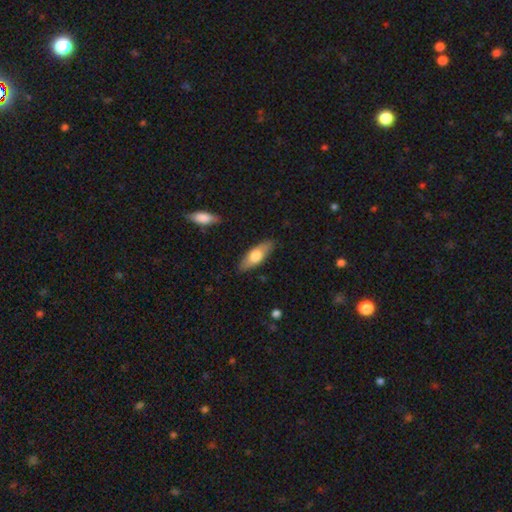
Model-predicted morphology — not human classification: The model was most divided on "smooth or featured": smooth: 63%, featured or disk: 31%, star or artifact: 5%. More confident: merging — none (86%); how rounded — in between (67%).